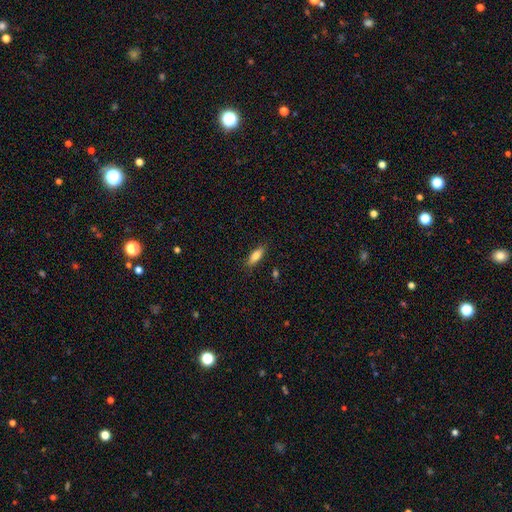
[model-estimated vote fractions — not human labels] Smooth or featured?
  - smooth: 79% *
  - featured or disk: 14%
  - star or artifact: 7%
How rounded?
  - in between: 68% *
  - cigar-shaped: 30%
  - round: 2%
Merging?
  - none: 86% *
  - minor disturbance: 11%
  - major disturbance: 2%
  - merger: 1%